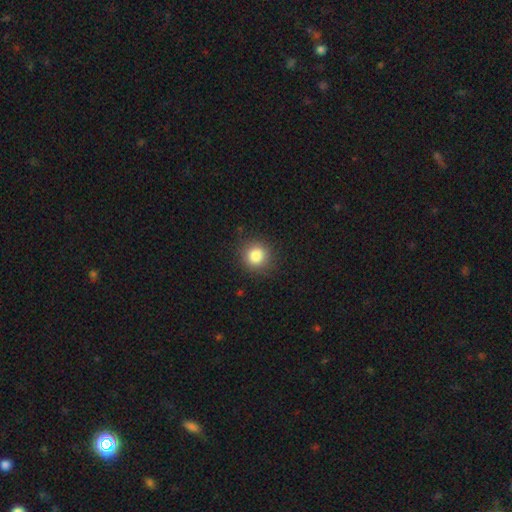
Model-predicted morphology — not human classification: type=smooth (84%); roundness=round (91%); merging=none (88%).